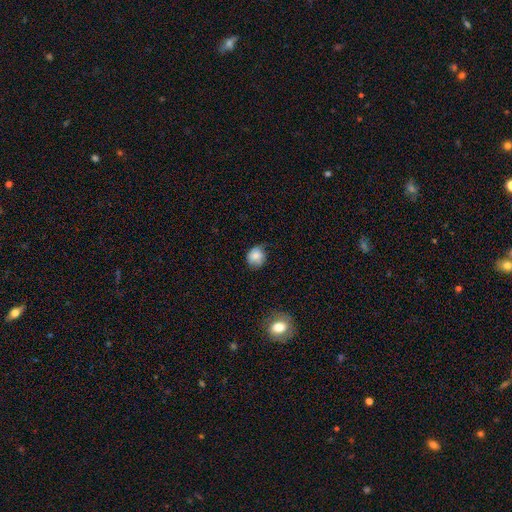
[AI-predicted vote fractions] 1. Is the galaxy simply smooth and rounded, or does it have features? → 80% smooth, 11% featured or disk, 9% star or artifact.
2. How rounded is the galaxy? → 76% round, 23% in between, 1% cigar-shaped.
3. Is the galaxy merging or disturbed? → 62% none, 30% minor disturbance, 7% major disturbance, 2% merger.